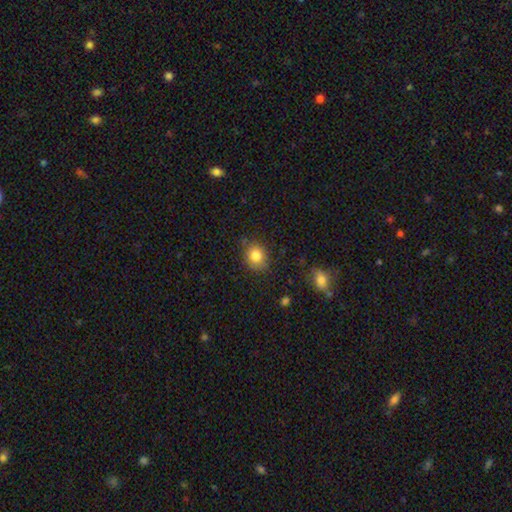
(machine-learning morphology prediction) type=smooth (83%); roundness=round (69%); merging=none (80%).